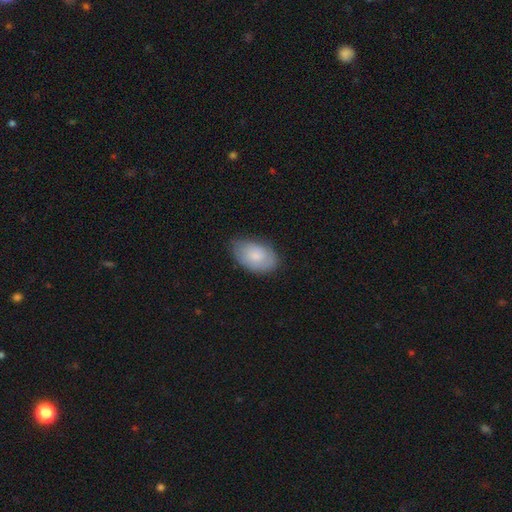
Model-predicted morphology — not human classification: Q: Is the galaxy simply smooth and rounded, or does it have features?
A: smooth — 73%.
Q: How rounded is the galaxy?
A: in between — 91%.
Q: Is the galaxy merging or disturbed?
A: none — 66%.